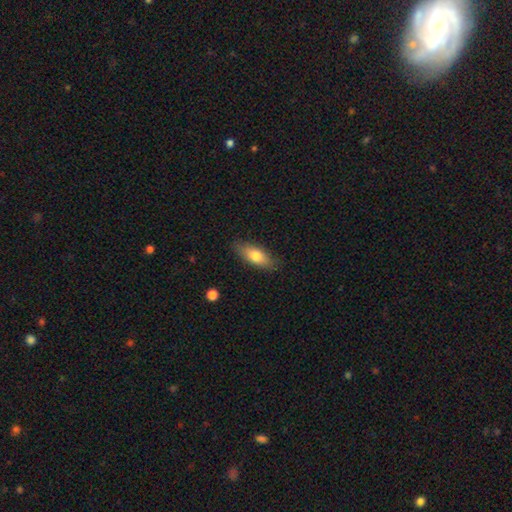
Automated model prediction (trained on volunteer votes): Smooth or featured? Predicted: smooth (p=0.73). How rounded? Predicted: in between (p=0.75). Merging? Predicted: none (p=0.84).